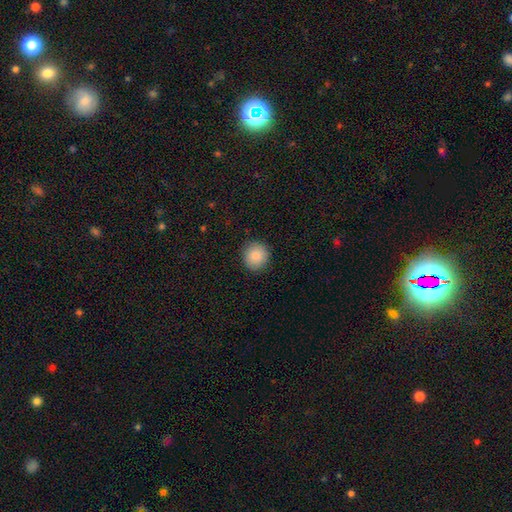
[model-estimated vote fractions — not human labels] The model was most divided on "how rounded": round: 89%, in between: 10%, cigar-shaped: 1%. More confident: merging — none (89%); smooth or featured — smooth (88%).